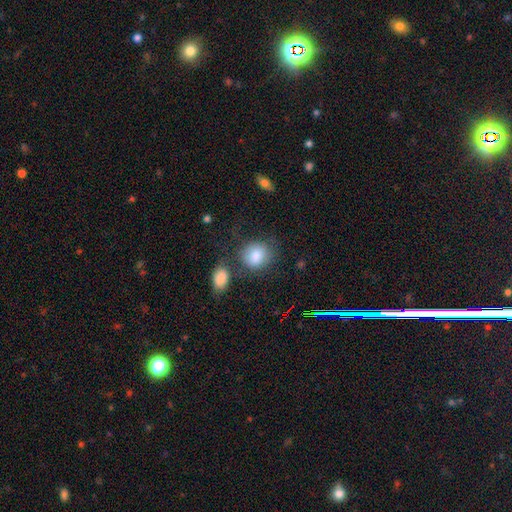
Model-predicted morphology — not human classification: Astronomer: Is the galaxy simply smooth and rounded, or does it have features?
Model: smooth — 84%.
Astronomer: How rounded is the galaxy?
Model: round — 67%.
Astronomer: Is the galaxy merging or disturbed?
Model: none — 60%.